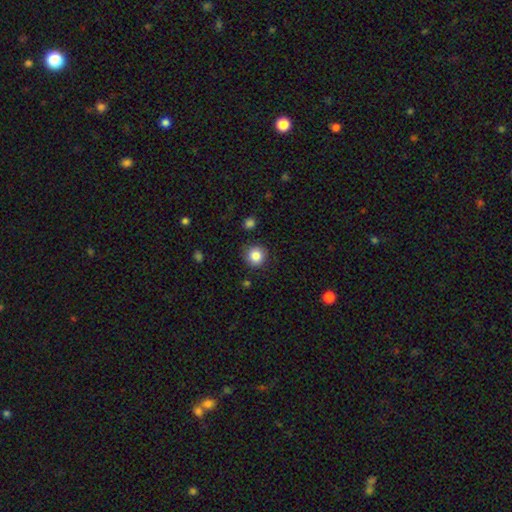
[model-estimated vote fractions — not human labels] Morphology: type=smooth (85%); roundness=round (92%); merging=none (85%).